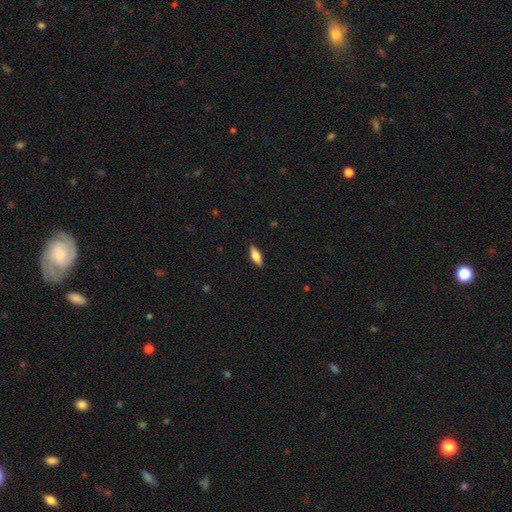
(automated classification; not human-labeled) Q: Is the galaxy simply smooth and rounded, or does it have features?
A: smooth — 72%.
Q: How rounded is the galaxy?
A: in between — 72%.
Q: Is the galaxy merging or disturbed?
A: none — 88%.